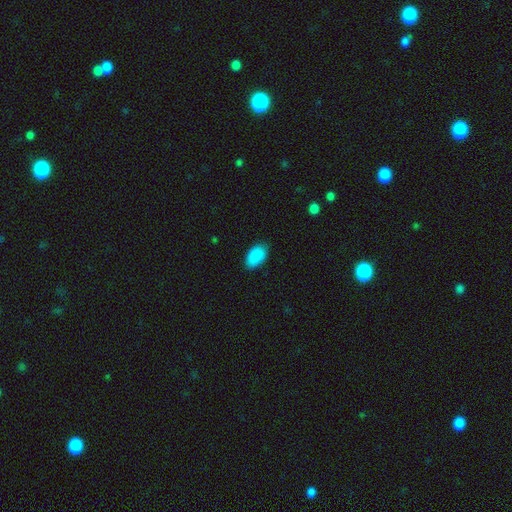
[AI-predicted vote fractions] This appears to be a smooth galaxy with no disk features (89%) that is in between round and cigar-shaped (93%). Merging: none (80%).